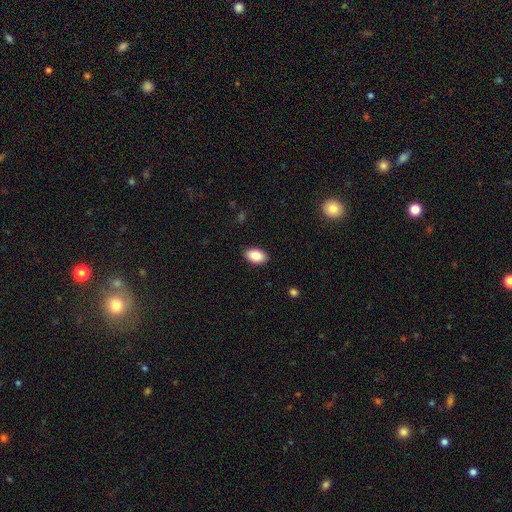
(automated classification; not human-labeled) The model was most divided on "smooth or featured": smooth: 87%, star or artifact: 7%, featured or disk: 6%. More confident: how rounded — in between (92%); merging — none (89%).